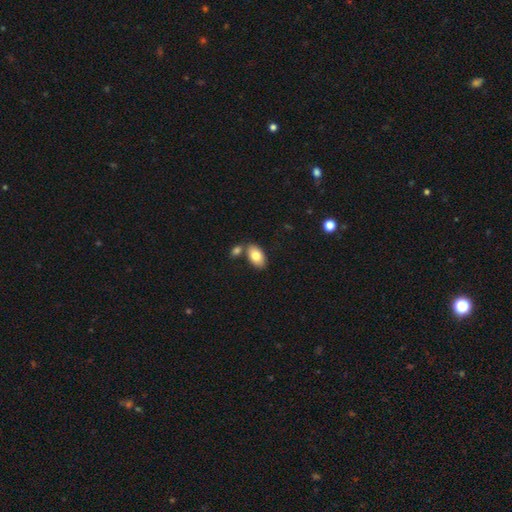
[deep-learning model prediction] Smooth or featured?
  - smooth: 80% *
  - featured or disk: 13%
  - star or artifact: 7%
How rounded?
  - in between: 93% *
  - round: 5%
  - cigar-shaped: 2%
Merging?
  - none: 66% *
  - merger: 21%
  - minor disturbance: 11%
  - major disturbance: 3%